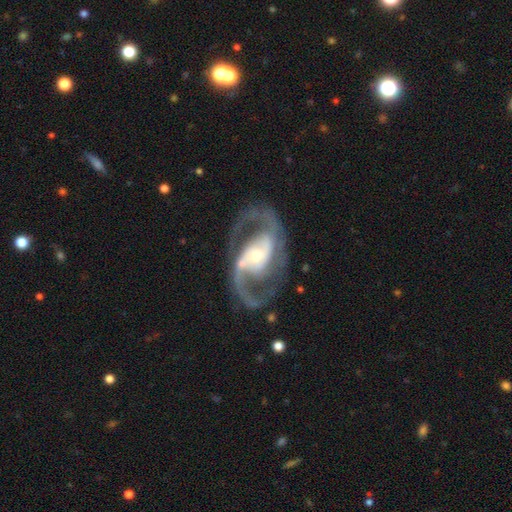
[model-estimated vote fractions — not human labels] Q: Smooth or featured?
A: featured or disk (91%); runner-up: star or artifact (5%)
Q: Edge-on disk?
A: no (97%); runner-up: yes (3%)
Q: Bar?
A: no (34%); runner-up: strong (33%)
Q: Spiral arms?
A: yes (96%); runner-up: no (4%)
Q: Spiral winding?
A: medium (60%); runner-up: loose (24%)
Q: Spiral arm count?
A: 2 (93%); runner-up: can't tell (2%)
Q: Bulge size?
A: small (46%); runner-up: moderate (44%)
Q: Merging?
A: none (78%); runner-up: minor disturbance (12%)